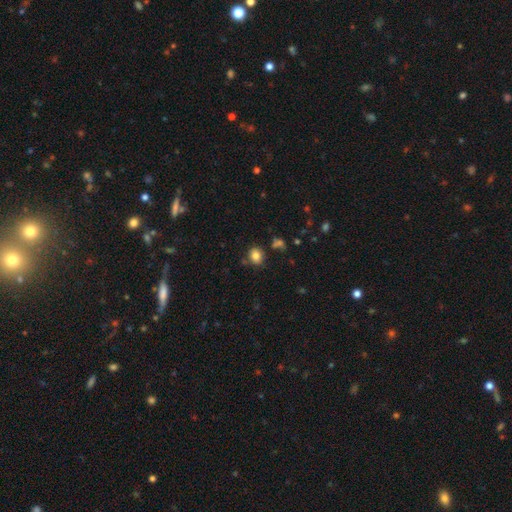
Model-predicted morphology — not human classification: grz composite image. It shows a smooth galaxy with no disk features (82%) that is round (67%). Merging: none (76%).